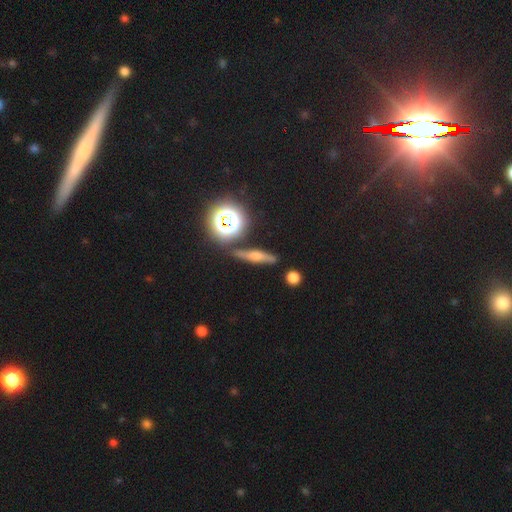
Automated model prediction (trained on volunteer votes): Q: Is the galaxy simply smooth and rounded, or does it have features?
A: featured or disk — 50%.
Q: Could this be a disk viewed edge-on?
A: yes — 88%.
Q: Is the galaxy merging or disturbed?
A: none — 85%.